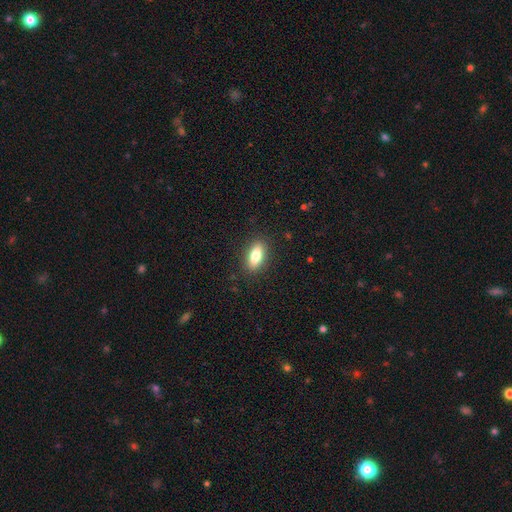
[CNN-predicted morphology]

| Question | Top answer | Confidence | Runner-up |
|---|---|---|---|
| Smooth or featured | smooth | 77% | featured or disk (15%) |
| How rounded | in between | 80% | cigar-shaped (15%) |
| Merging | none | 88% | minor disturbance (9%) |